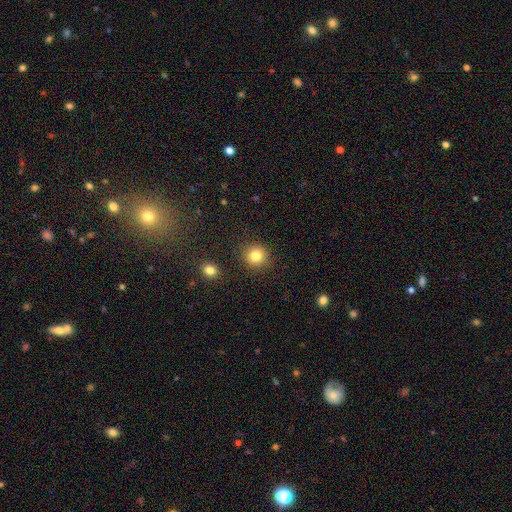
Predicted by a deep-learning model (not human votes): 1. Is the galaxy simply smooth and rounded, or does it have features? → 82% smooth, 12% star or artifact, 6% featured or disk.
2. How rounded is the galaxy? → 91% round, 8% in between, 1% cigar-shaped.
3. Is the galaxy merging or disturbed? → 89% none, 6% minor disturbance, 3% major disturbance, 2% merger.